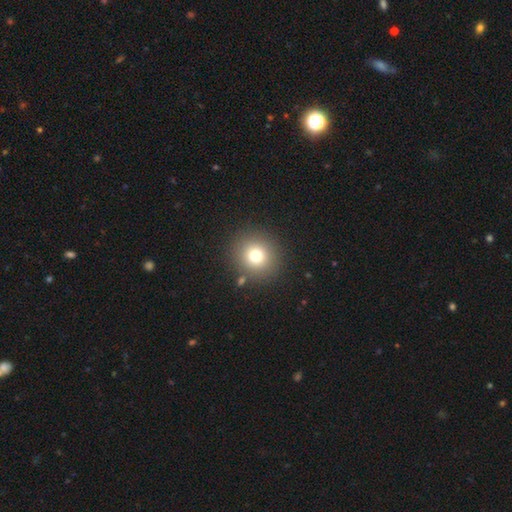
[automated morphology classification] A smooth galaxy with no disk features (76%) that is round (92%). Merging: none (86%).